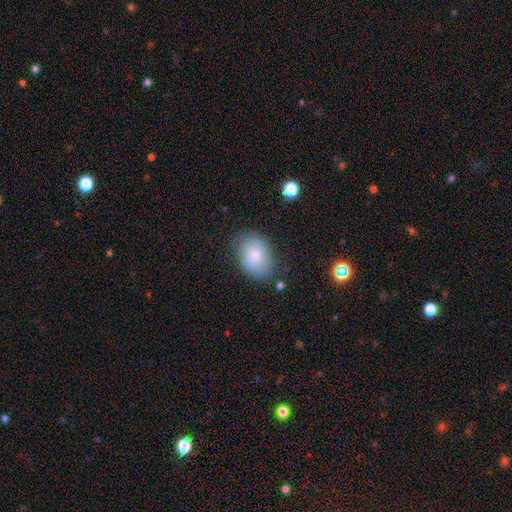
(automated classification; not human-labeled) smooth-or-featured: smooth: 79% | featured or disk: 14% | star or artifact: 7%
  how-rounded: in between: 78% | round: 21% | cigar-shaped: 1%
  merging: none: 73% | minor disturbance: 20% | major disturbance: 5% | merger: 2%